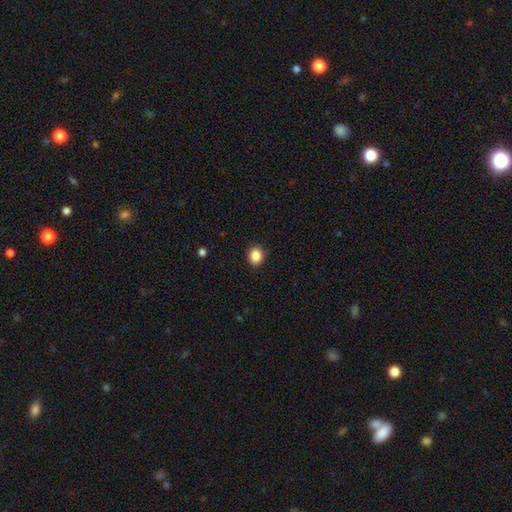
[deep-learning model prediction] Smooth or featured? smooth (87%)
How rounded? round (76%)
Merging? none (90%)